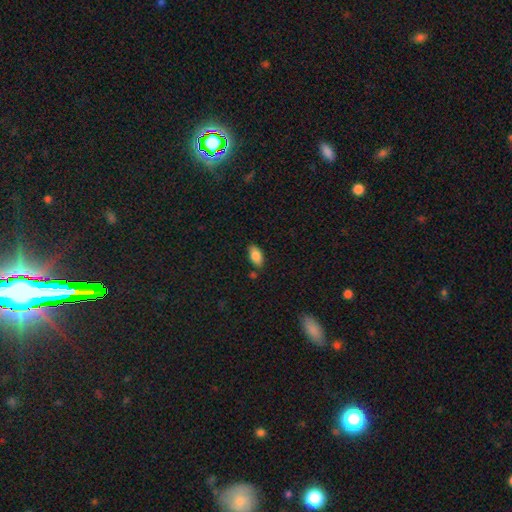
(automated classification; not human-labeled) smooth-or-featured: smooth: 83% | featured or disk: 9% | star or artifact: 7%
  how-rounded: in between: 91% | cigar-shaped: 5% | round: 3%
  merging: none: 81% | minor disturbance: 13% | merger: 4% | major disturbance: 3%